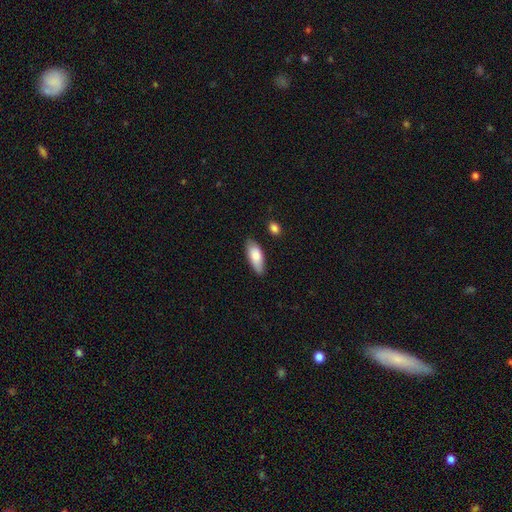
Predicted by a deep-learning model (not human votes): Smooth or featured?
  - smooth: 82% *
  - featured or disk: 12%
  - star or artifact: 6%
How rounded?
  - in between: 78% *
  - cigar-shaped: 20%
  - round: 2%
Merging?
  - none: 78% *
  - minor disturbance: 17%
  - major disturbance: 3%
  - merger: 3%